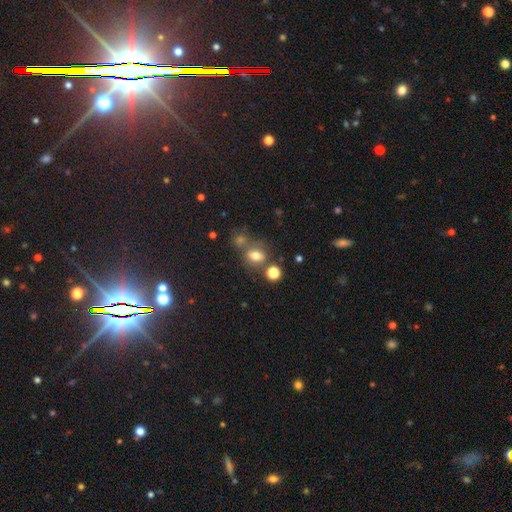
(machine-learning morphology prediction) Smooth or featured? Predicted: smooth (p=0.72). How rounded? Predicted: in between (p=0.56). Merging? Predicted: none (p=0.54).